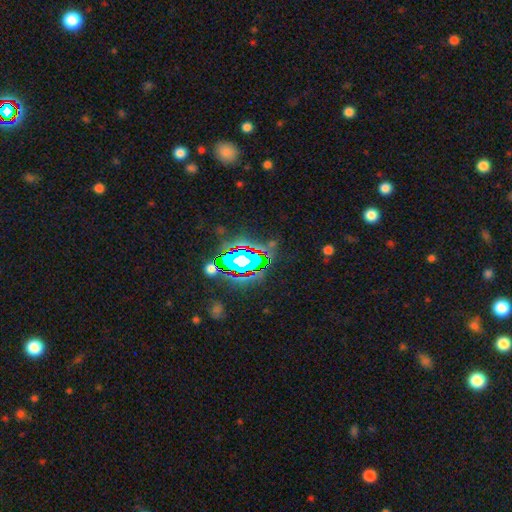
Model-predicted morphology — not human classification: A star or artifact, not a galaxy (69%).